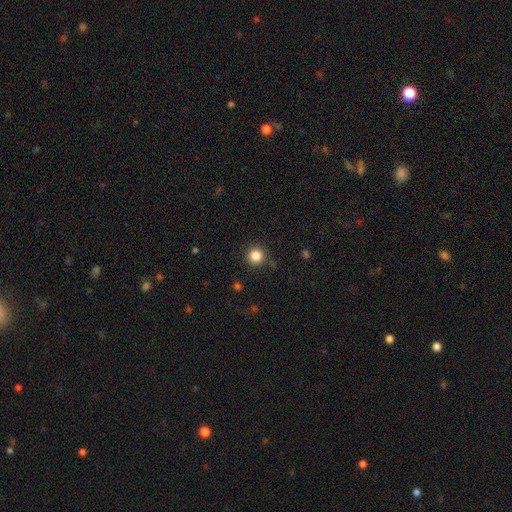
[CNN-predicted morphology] A smooth galaxy with no disk features (84%) that is round (95%).

Vote fractions:
- Smooth or featured? smooth: 84% / star or artifact: 12% / featured or disk: 4%
- How rounded? round: 95% / in between: 4% / cigar-shaped: 1%
- Merging? none: 90% / minor disturbance: 7% / major disturbance: 2% / merger: 1%